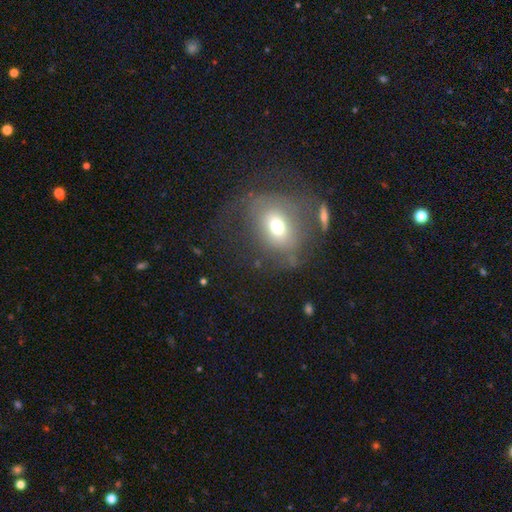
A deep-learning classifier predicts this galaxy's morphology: featured or disk 42% (tied), smooth 42% (tied), star or artifact 16%. Down the decision tree: merging — none (52%).